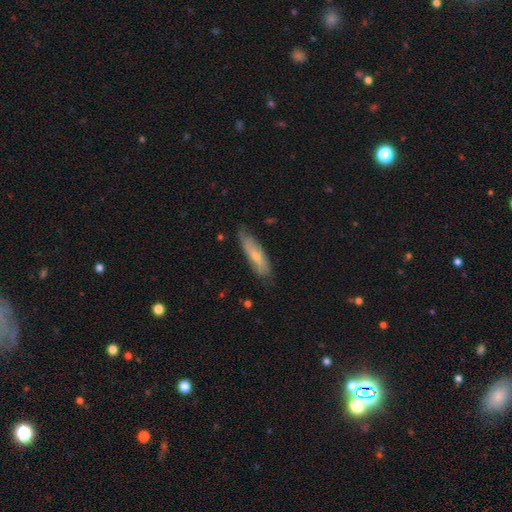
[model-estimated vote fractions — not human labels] Overall: smooth (58%; featured or disk 36%). How rounded: cigar-shaped (63%; in between 35%). Merging: none (73%).